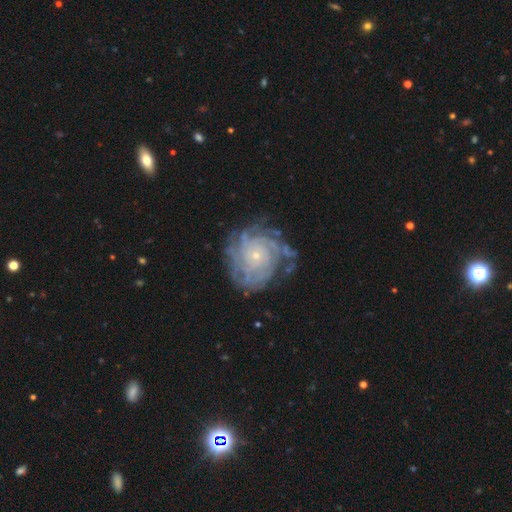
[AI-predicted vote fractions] A featured or disk galaxy (86%) with no bar (81%), more than 4 (28%) tight (78%) spiral arms (96%) and a small central bulge (85%).

Vote fractions:
- Smooth or featured? featured or disk: 86% / smooth: 7% / star or artifact: 7%
- Edge-on disk? no: 97% / yes: 3%
- Bar? no: 81% / weak: 15% / strong: 4%
- Spiral arms? yes: 96% / no: 4%
- Spiral winding? tight: 78% / medium: 18% / loose: 4%
- Spiral arm count? more than 4: 28% / can't tell: 26% / 4: 23% / 3: 10% / 2: 8% / 1: 6%
- Bulge size? small: 85% / moderate: 11% / none: 2% / large: 1% / dominant: 1%
- Merging? none: 69% / minor disturbance: 19% / major disturbance: 10% / merger: 3%